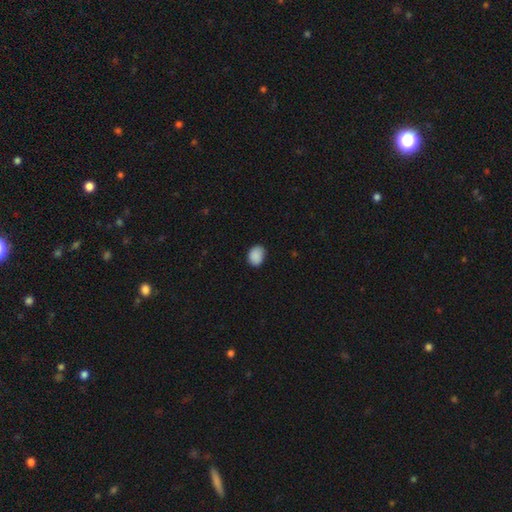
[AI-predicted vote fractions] This is clearly a smooth galaxy (89%). How rounded: possibly in between (55%). Merging: clearly none (80%).